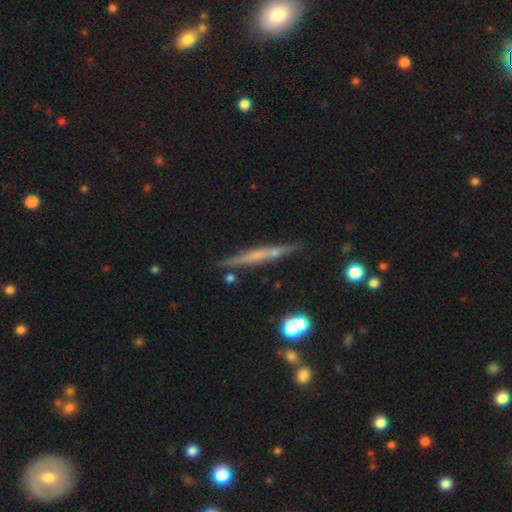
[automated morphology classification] Smooth or featured?
  - featured or disk: 53% *
  - smooth: 39%
  - star or artifact: 8%
Edge-on disk?
  - yes: 95% *
  - no: 5%
Merging?
  - none: 83% *
  - minor disturbance: 11%
  - merger: 4%
  - major disturbance: 2%